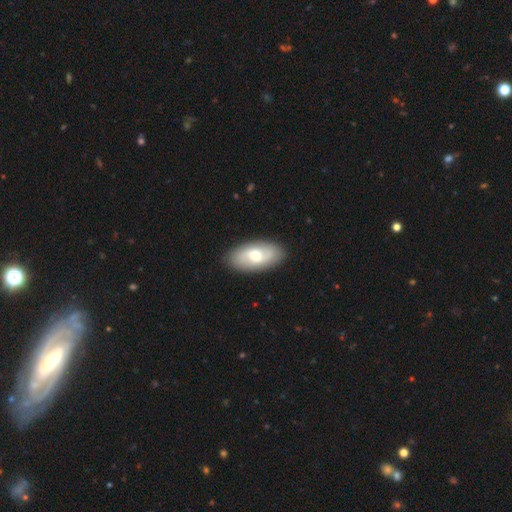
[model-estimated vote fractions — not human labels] Smooth or featured: smooth — 52% (featured or disk — 42%)
How rounded: in between — 92% (cigar-shaped — 5%)
Merging: none — 89% (minor disturbance — 8%)